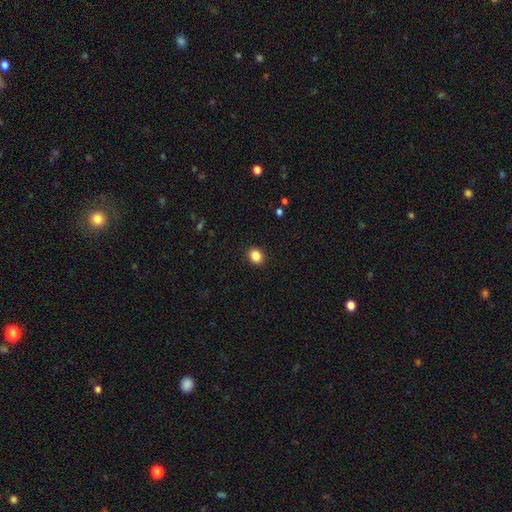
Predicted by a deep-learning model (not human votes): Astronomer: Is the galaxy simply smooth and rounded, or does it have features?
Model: smooth — 86%.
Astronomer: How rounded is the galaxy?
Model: round — 58% (runner-up: in between, 41%).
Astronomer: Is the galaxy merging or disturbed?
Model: none — 90%.